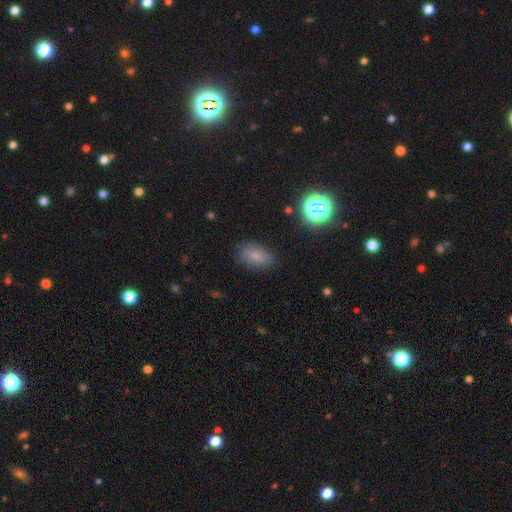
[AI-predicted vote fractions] Morphology: type=smooth (76%); roundness=in between (88%); merging=none (81%).